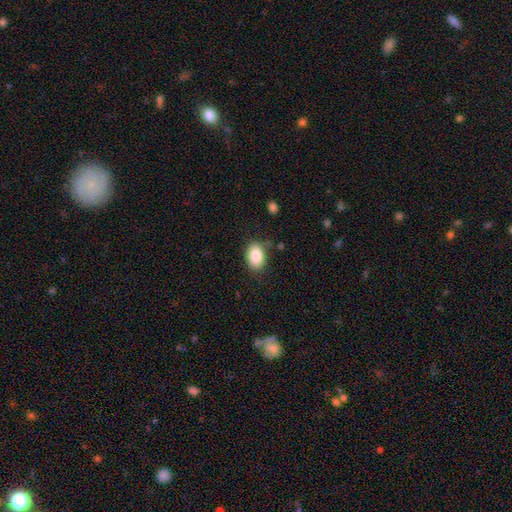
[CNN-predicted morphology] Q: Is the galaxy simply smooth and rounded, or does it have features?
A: smooth — 87%.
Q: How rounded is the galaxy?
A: in between — 86%.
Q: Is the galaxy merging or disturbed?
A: none — 80%.